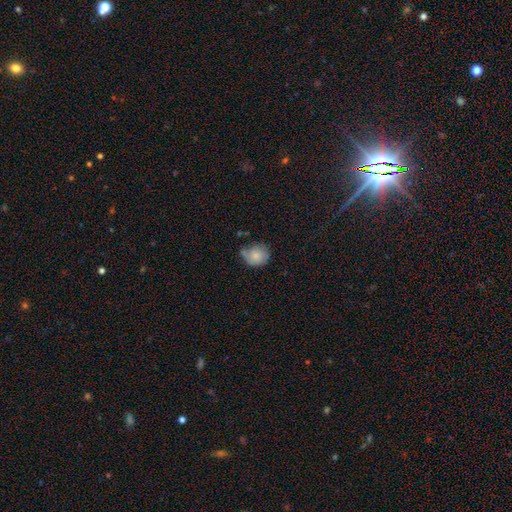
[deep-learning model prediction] Smooth or featured? Predicted: smooth (p=0.75). How rounded? Predicted: round (p=0.76). Merging? Predicted: none (p=0.47).